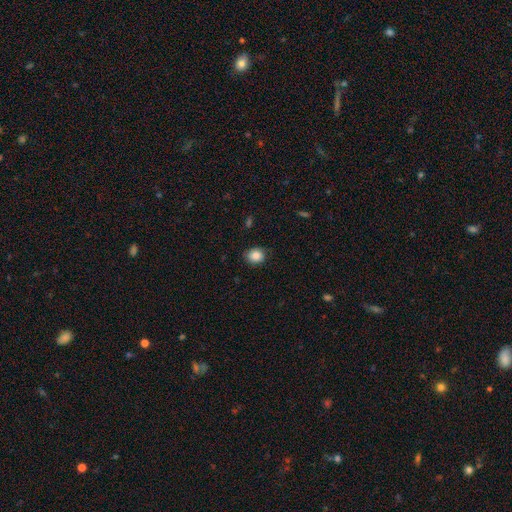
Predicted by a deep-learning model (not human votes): smooth 85%, star or artifact 9%, featured or disk 6%. Down the decision tree: how rounded — round (72%); merging — none (82%).